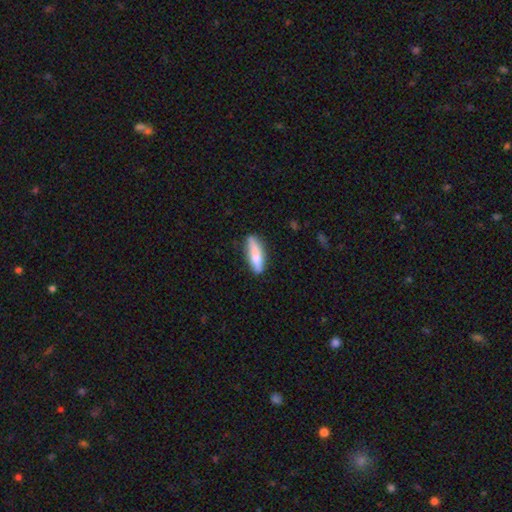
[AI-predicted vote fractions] smooth-or-featured: smooth: 77% | featured or disk: 18% | star or artifact: 6%
  how-rounded: cigar-shaped: 65% | in between: 33% | round: 2%
  merging: none: 79% | minor disturbance: 17% | major disturbance: 3% | merger: 2%